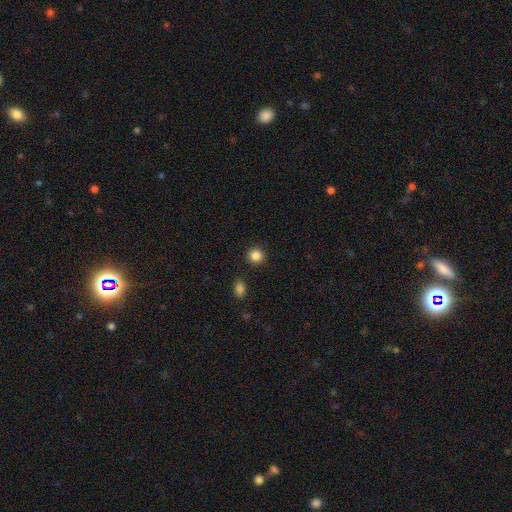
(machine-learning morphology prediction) A smooth galaxy with no disk features (86%) that is round (91%). Merging: none (91%).